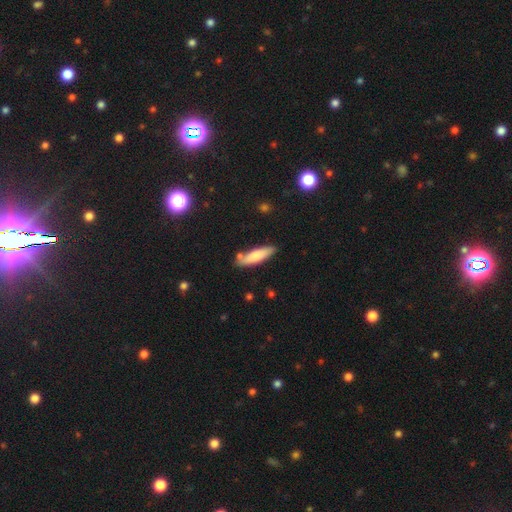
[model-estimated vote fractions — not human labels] smooth-or-featured: smooth: 75% | featured or disk: 19% | star or artifact: 6%
  how-rounded: cigar-shaped: 66% | in between: 32% | round: 2%
  merging: none: 78% | minor disturbance: 14% | merger: 6% | major disturbance: 3%